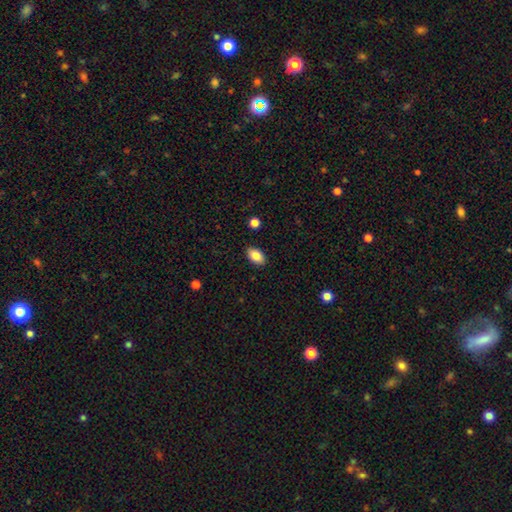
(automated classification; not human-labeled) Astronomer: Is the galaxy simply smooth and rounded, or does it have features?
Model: smooth — 84%.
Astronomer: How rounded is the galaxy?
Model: in between — 91%.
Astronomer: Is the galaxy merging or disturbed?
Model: none — 89%.